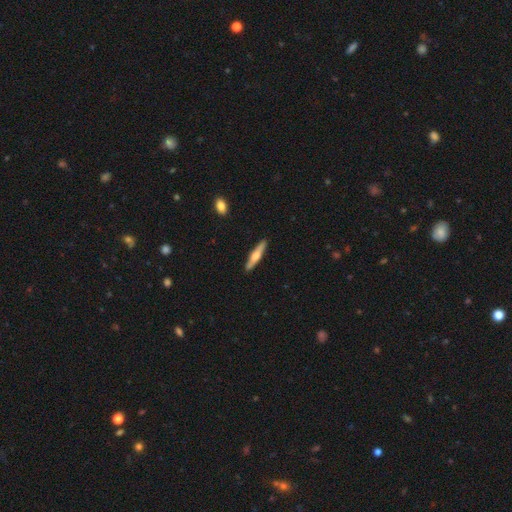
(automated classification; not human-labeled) Smooth or featured: featured or disk — 50% (smooth — 44%)
Edge-on disk: yes — 94% (no — 6%)
Merging: none — 88% (minor disturbance — 9%)